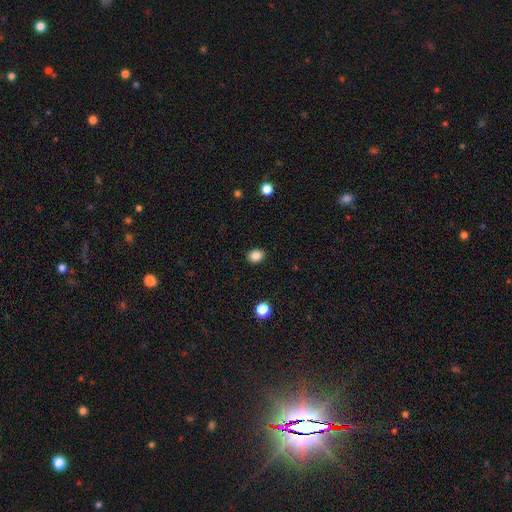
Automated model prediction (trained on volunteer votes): This is clearly a smooth galaxy (86%). How rounded: possibly round (54%). Merging: clearly none (89%).